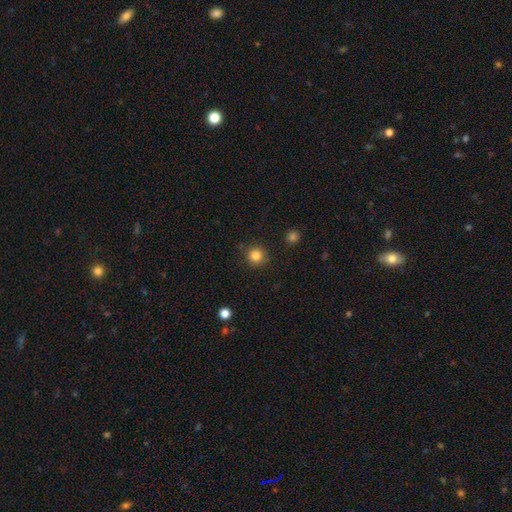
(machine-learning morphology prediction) Overall: smooth (84%). How rounded: round (94%). Merging: none (90%).